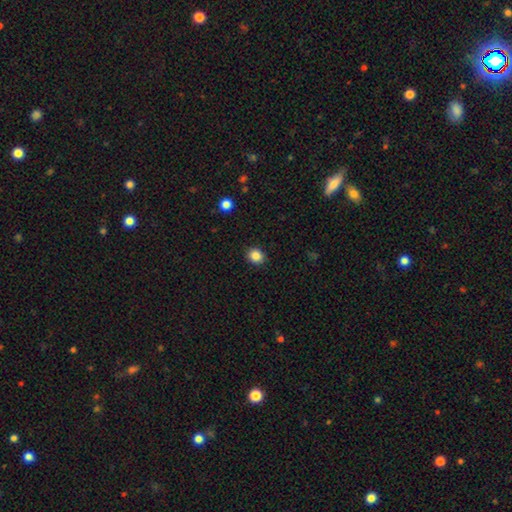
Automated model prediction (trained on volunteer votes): smooth 85%, star or artifact 11%, featured or disk 5%. Down the decision tree: how rounded — round (76%); merging — none (91%).